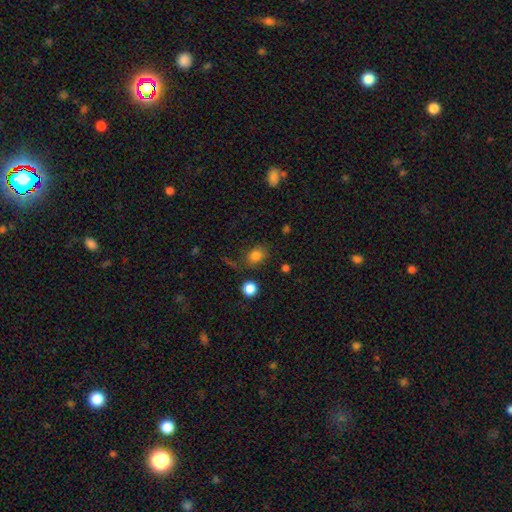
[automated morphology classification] Smooth or featured? smooth (81%)
How rounded? round (54%)
Merging? none (73%)